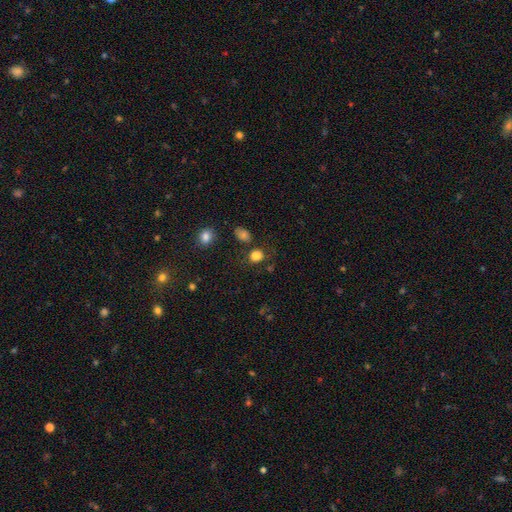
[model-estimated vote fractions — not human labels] smooth-or-featured: smooth: 83% | star or artifact: 12% | featured or disk: 5%
  how-rounded: round: 60% | in between: 39% | cigar-shaped: 1%
  merging: none: 72% | minor disturbance: 14% | merger: 8% | major disturbance: 6%